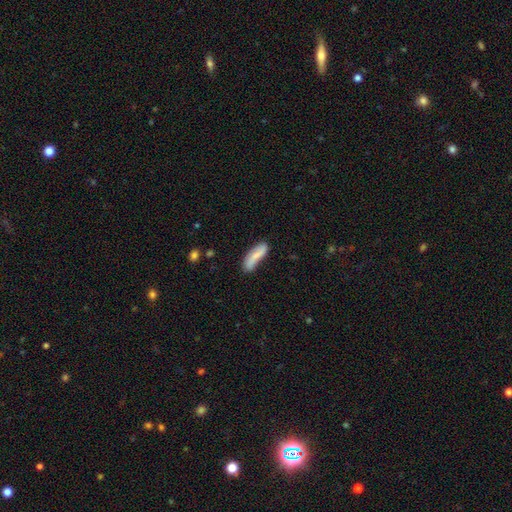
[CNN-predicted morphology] Smooth or featured? smooth (70%)
How rounded? cigar-shaped (53%)
Merging? none (64%)